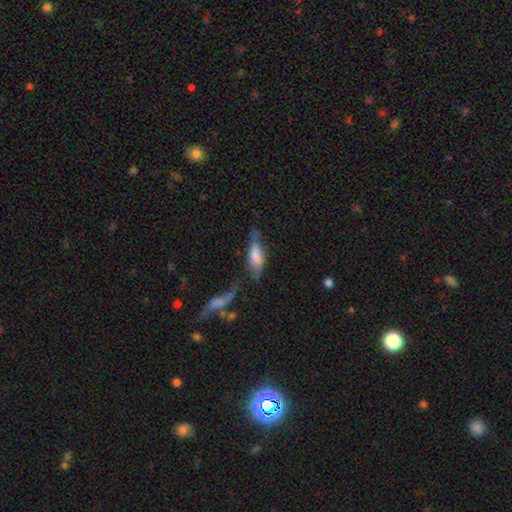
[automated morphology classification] type=smooth (70%); roundness=in between (62%); merging=none (35%).